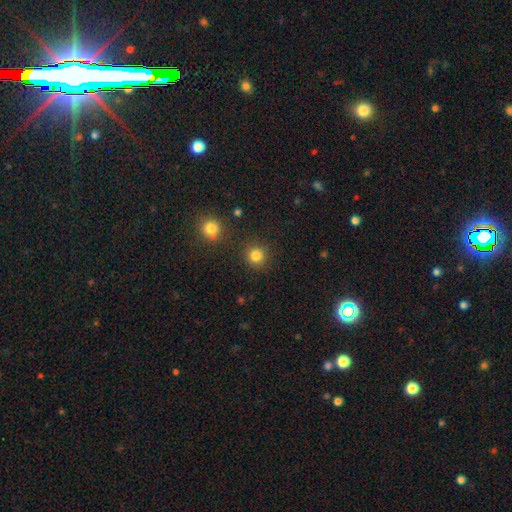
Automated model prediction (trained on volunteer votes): smooth 83%, star or artifact 13%, featured or disk 4%. Down the decision tree: how rounded — round (93%); merging — none (88%).